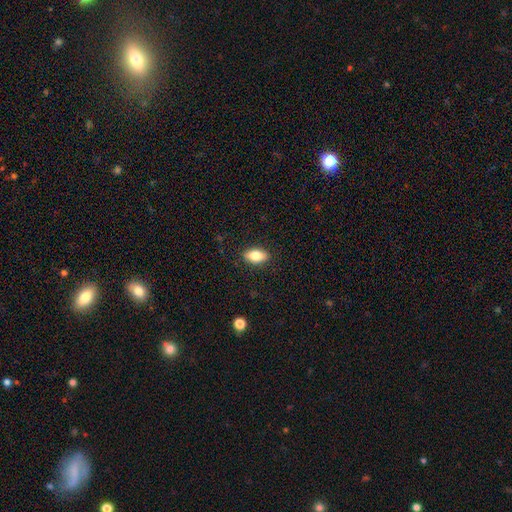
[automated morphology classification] Overall: smooth (80%). How rounded: in between (88%). Merging: none (89%).